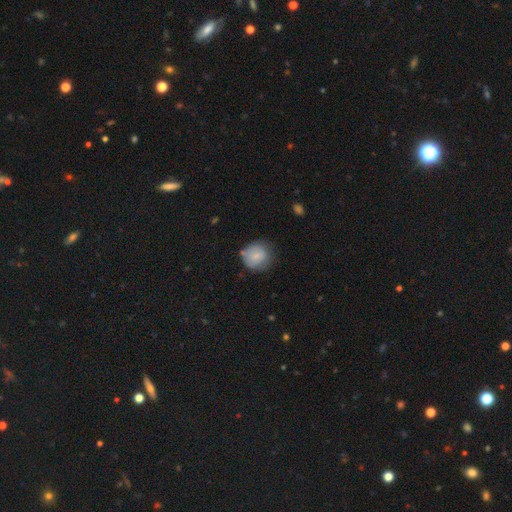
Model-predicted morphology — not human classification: A smooth galaxy with no disk features (79%) that is round (83%).

Vote fractions:
- Smooth or featured? smooth: 79% / featured or disk: 14% / star or artifact: 7%
- How rounded? round: 83% / in between: 17% / cigar-shaped: 1%
- Merging? none: 61% / minor disturbance: 28% / major disturbance: 8% / merger: 3%